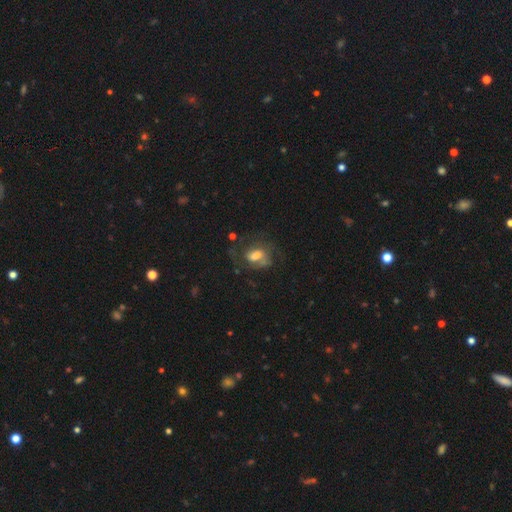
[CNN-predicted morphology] Q: Smooth or featured?
A: featured or disk (55%); runner-up: smooth (34%)
Q: Edge-on disk?
A: no (96%); runner-up: yes (4%)
Q: Bar?
A: weak (44%); runner-up: no (40%)
Q: Spiral arms?
A: yes (76%); runner-up: no (24%)
Q: Bulge size?
A: moderate (41%); runner-up: large (33%)
Q: Merging?
A: none (47%); runner-up: major disturbance (26%)